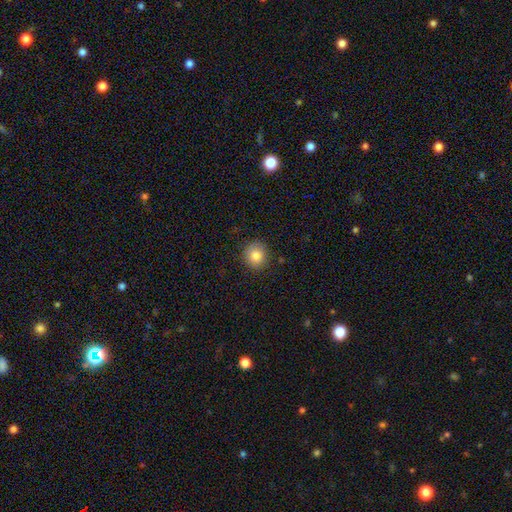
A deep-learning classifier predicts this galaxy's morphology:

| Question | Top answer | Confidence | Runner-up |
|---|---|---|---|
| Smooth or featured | smooth | 84% | star or artifact (10%) |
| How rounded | round | 85% | in between (14%) |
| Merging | none | 88% | minor disturbance (9%) |